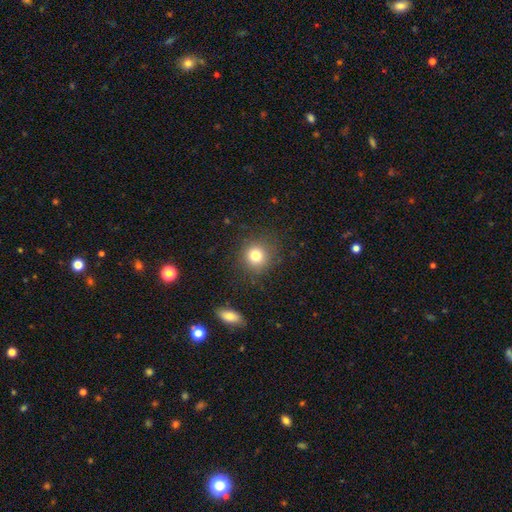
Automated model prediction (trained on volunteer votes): Smooth or featured? Predicted: smooth (p=0.79). How rounded? Predicted: round (p=0.91). Merging? Predicted: none (p=0.86).